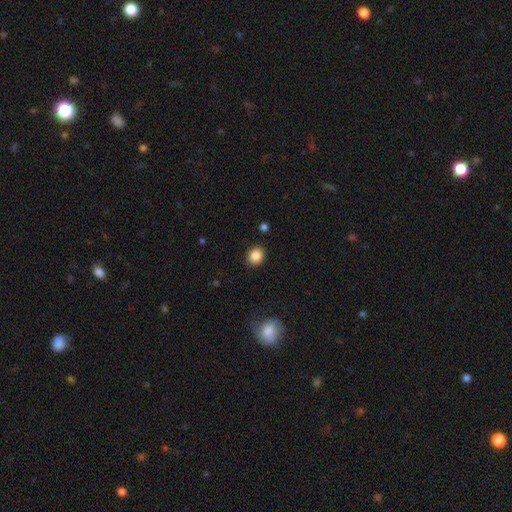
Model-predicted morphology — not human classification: Smooth or featured?
  - smooth: 87% *
  - star or artifact: 9%
  - featured or disk: 4%
How rounded?
  - round: 71% *
  - in between: 28%
  - cigar-shaped: 1%
Merging?
  - none: 88% *
  - minor disturbance: 8%
  - major disturbance: 2%
  - merger: 2%